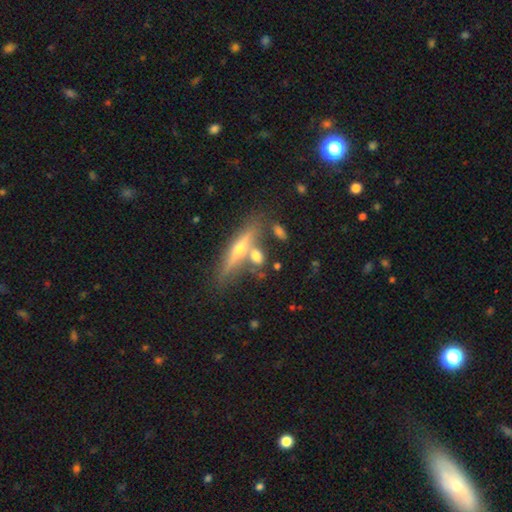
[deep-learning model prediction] The model was most divided on "smooth or featured": featured or disk: 55%, smooth: 37%, star or artifact: 9%. More confident: edge-on disk — yes (87%); merging — none (59%).